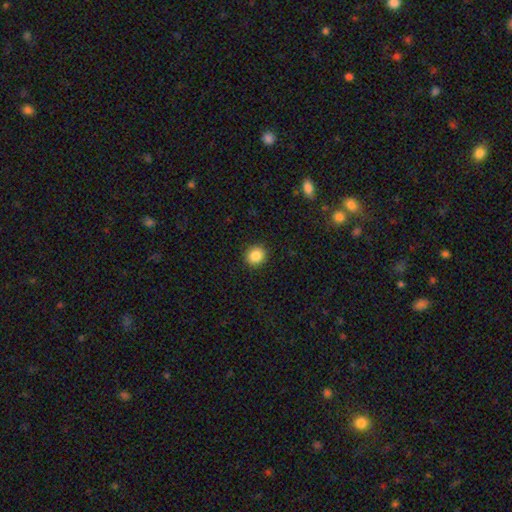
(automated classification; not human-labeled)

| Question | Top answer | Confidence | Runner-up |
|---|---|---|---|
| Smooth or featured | smooth | 86% | star or artifact (10%) |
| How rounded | round | 86% | in between (13%) |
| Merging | none | 91% | minor disturbance (6%) |